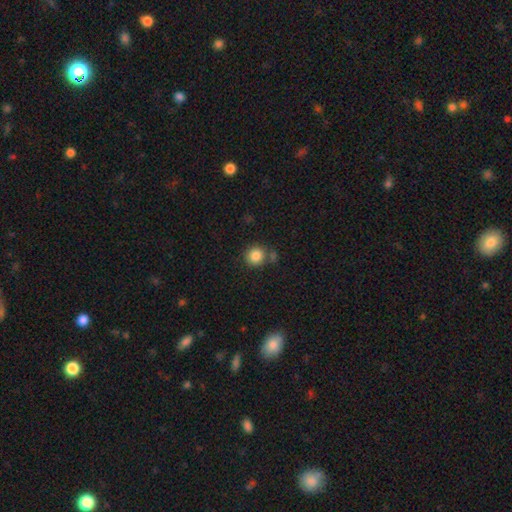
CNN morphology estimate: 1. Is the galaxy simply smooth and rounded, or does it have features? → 85% smooth, 10% star or artifact, 5% featured or disk.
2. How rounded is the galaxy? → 88% round, 11% in between, 1% cigar-shaped.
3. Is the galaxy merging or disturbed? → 72% none, 13% merger, 12% minor disturbance, 4% major disturbance.